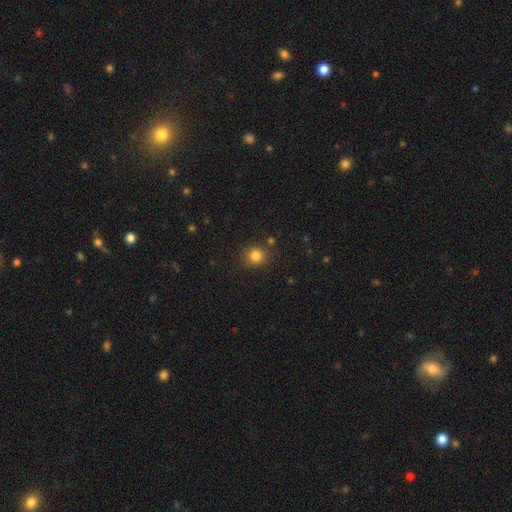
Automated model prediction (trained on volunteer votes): smooth_or_featured: smooth (p=0.81) [alt: star or artifact p=0.13]
how_rounded: round (p=0.83) [alt: in between p=0.16]
merging: none (p=0.84) [alt: minor disturbance p=0.09]